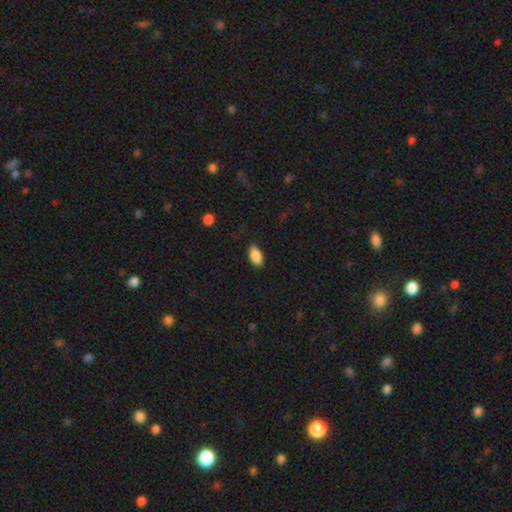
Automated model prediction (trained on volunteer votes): Q: Smooth or featured?
A: smooth (87%); runner-up: star or artifact (7%)
Q: How rounded?
A: in between (93%); runner-up: cigar-shaped (4%)
Q: Merging?
A: none (80%); runner-up: minor disturbance (15%)